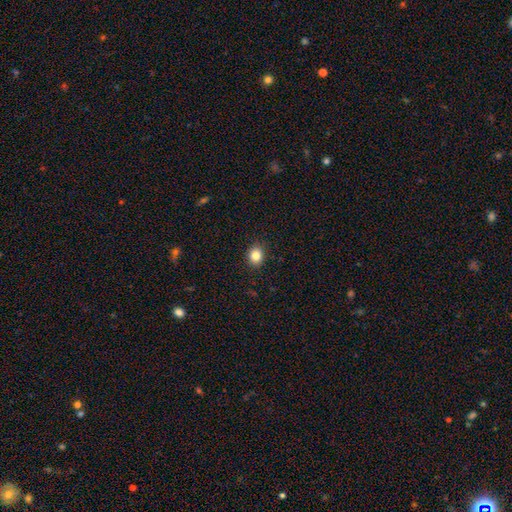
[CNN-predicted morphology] This appears to be a smooth galaxy with no disk features (84%) that is round (66%). Merging: none (91%).